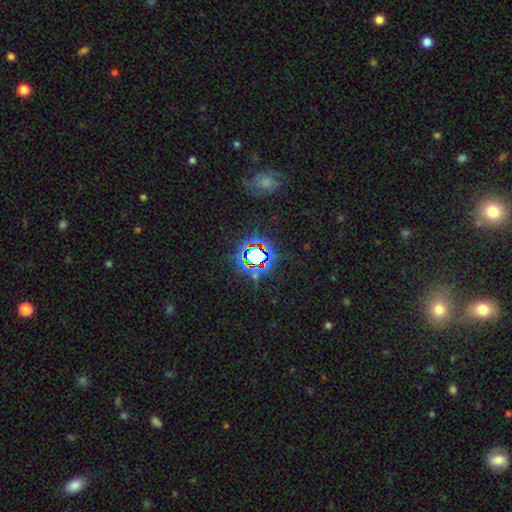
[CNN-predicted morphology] This is likely a star or artifact rather than a galaxy (72%).